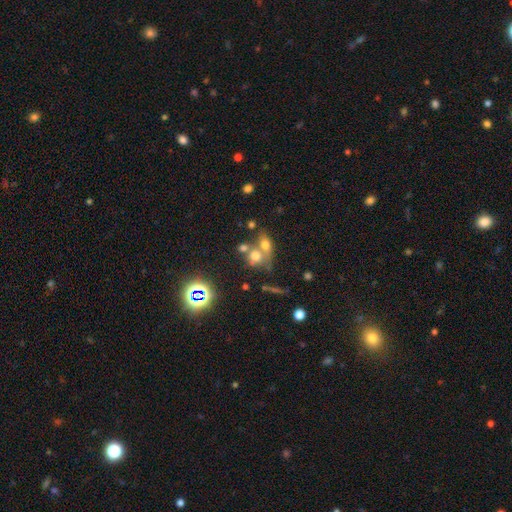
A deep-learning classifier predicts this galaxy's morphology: Smooth or featured? smooth (63%)
How rounded? round (69%)
Merging? merger (52%)